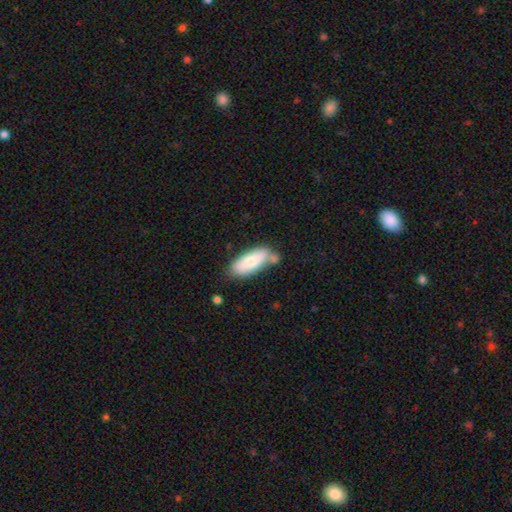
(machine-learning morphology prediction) This appears to be a smooth galaxy with no disk features (69%) that is in between round and cigar-shaped (67%). Merging: none (68%).